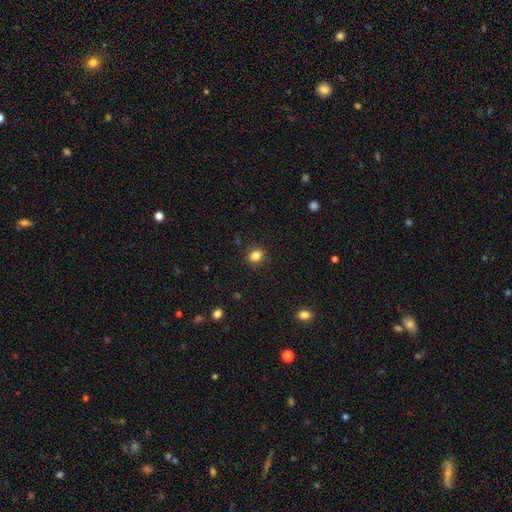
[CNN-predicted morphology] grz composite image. It shows a smooth galaxy with no disk features (84%) that is round (71%). Merging: none (90%).